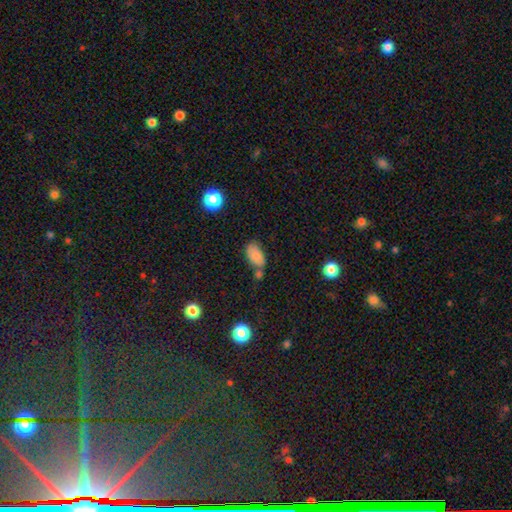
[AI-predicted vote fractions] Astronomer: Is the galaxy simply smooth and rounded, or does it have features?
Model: smooth — 81%.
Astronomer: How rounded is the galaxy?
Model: in between — 93%.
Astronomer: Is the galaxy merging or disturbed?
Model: none — 49% (runner-up: merger, 24%).